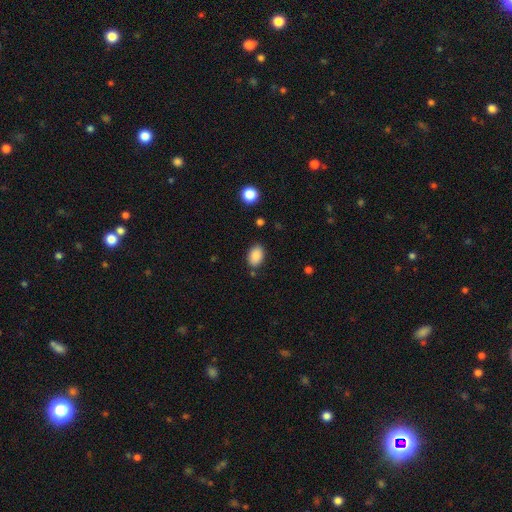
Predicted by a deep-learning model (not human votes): smooth 88%, star or artifact 8%, featured or disk 3%. Down the decision tree: how rounded — in between (87%); merging — none (82%).